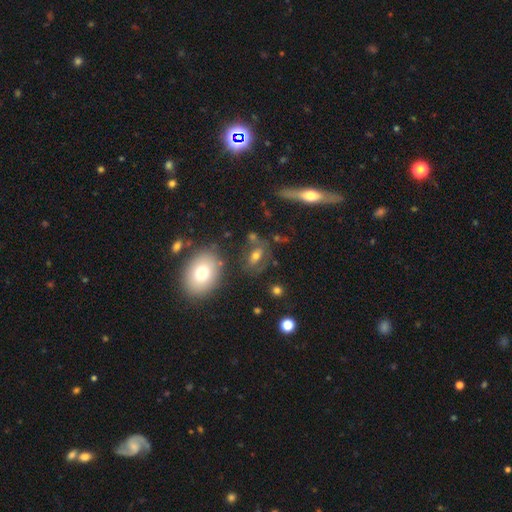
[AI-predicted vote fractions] A smooth galaxy with no disk features (46%). Merging: none (65%).